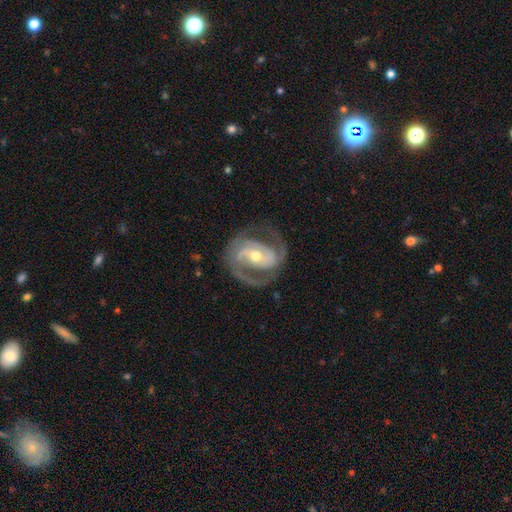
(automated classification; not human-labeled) Morphology: type=featured or disk (90%); edge-on=no (97%); bar=strong (36%, tied with weak); spiral arms=yes (96%); winding=medium (52%); arm count=2 (86%); bulge=moderate (58%); merging=none (74%).